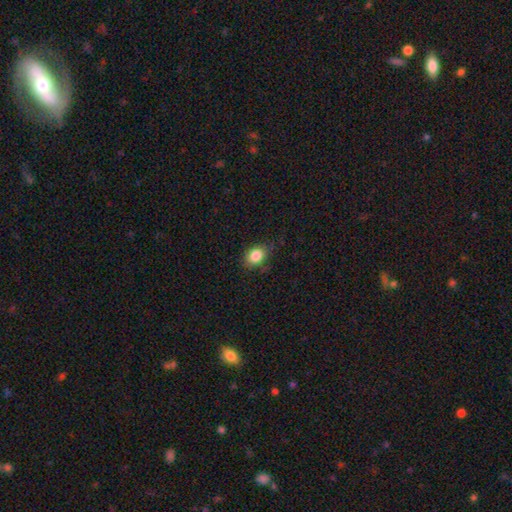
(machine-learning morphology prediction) The model was most divided on "how rounded": in between: 67%, round: 32%, cigar-shaped: 1%. More confident: smooth or featured — smooth (85%); merging — none (77%).